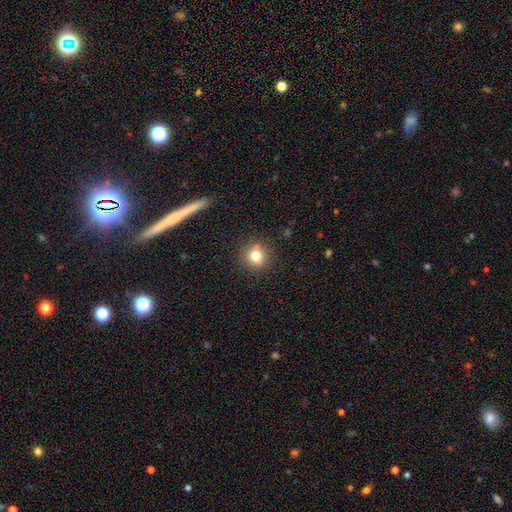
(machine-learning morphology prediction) smooth-or-featured: smooth: 77% | star or artifact: 13% | featured or disk: 10%
  how-rounded: round: 92% | in between: 7% | cigar-shaped: 1%
  merging: none: 81% | minor disturbance: 9% | merger: 6% | major disturbance: 3%